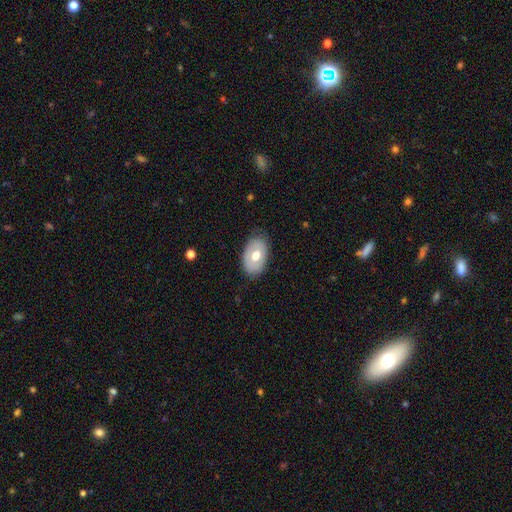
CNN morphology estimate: This is possibly a smooth galaxy (60%). How rounded: clearly in between (87%). Merging: likely none (79%).